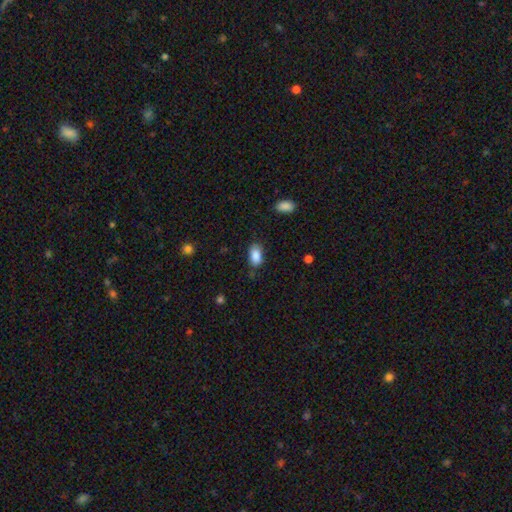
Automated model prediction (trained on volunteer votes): Smooth or featured?
  - smooth: 88% *
  - star or artifact: 8%
  - featured or disk: 5%
How rounded?
  - in between: 92% *
  - round: 6%
  - cigar-shaped: 2%
Merging?
  - none: 77% *
  - minor disturbance: 17%
  - major disturbance: 4%
  - merger: 2%